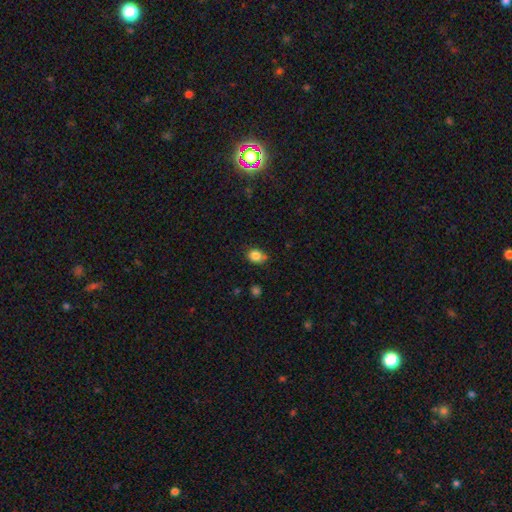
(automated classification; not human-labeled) smooth 84%, star or artifact 10%, featured or disk 5%. Down the decision tree: how rounded — round (54%); merging — none (68%).